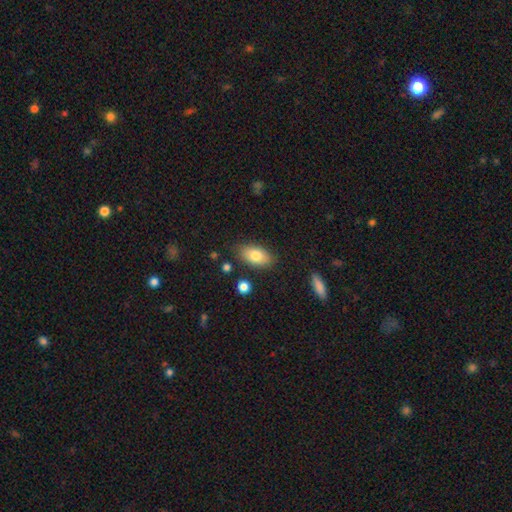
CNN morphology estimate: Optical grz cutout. It shows a smooth galaxy with no disk features (79%) that is in between round and cigar-shaped (91%). Merging: none (81%).